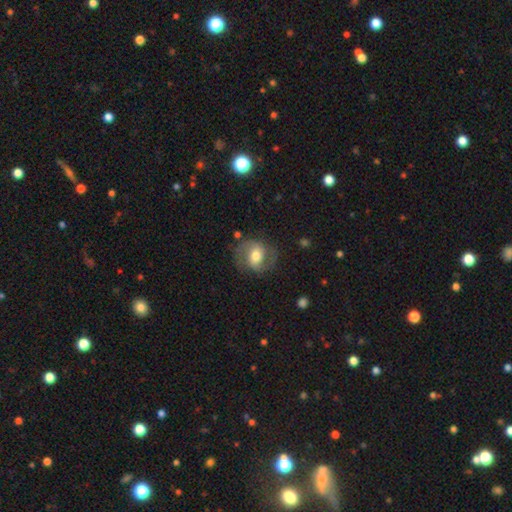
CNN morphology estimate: Overall: featured or disk (60%; smooth 32%). Edge-on disk: no (97%). Bar: weak (41%; no 38%). Spiral arms: yes (81%). Bulge size: moderate (67%). Merging: none (69%).